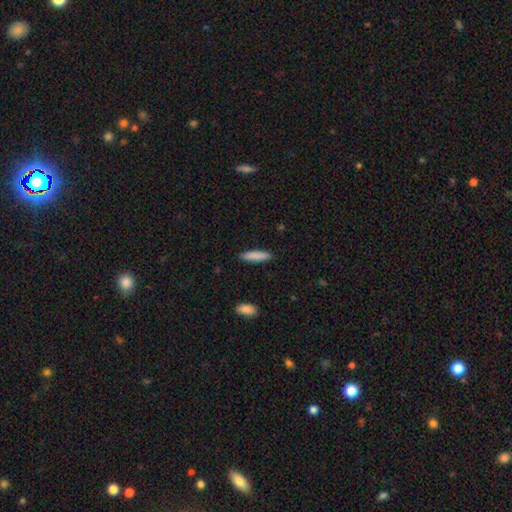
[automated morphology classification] Smooth or featured? smooth (86%)
How rounded? cigar-shaped (77%)
Merging? none (89%)